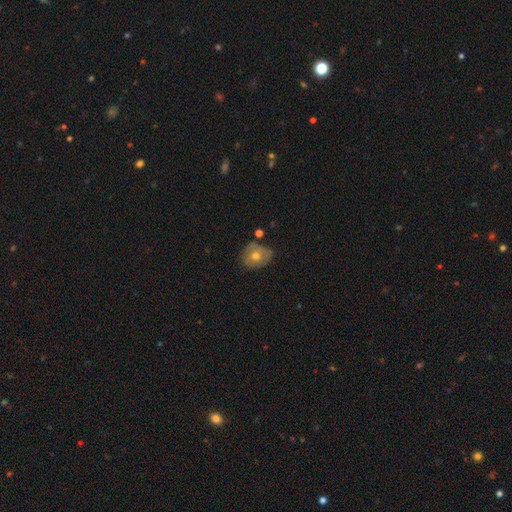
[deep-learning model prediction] Smooth or featured? smooth (51%)
How rounded? round (57%)
Merging? none (67%)